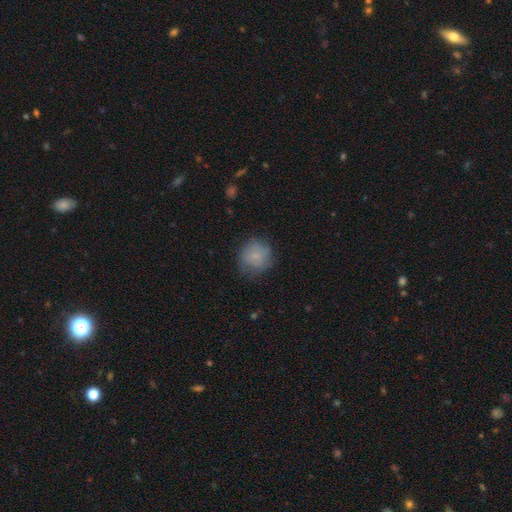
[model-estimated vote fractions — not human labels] This is likely a smooth galaxy (78%). How rounded: clearly round (87%). Merging: likely none (72%).